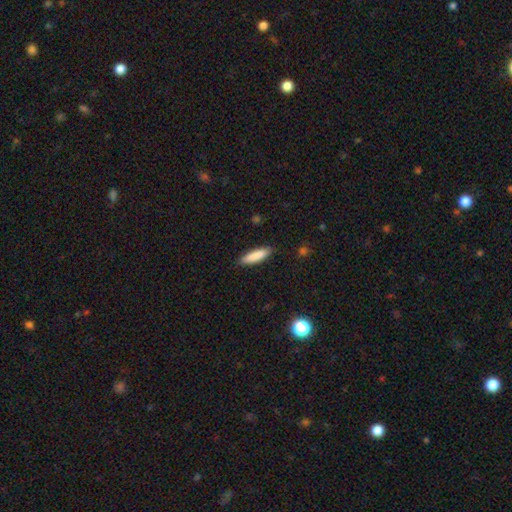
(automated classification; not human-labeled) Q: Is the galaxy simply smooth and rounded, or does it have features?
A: smooth — 85%.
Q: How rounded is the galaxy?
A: cigar-shaped — 71%.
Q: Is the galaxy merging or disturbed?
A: none — 88%.